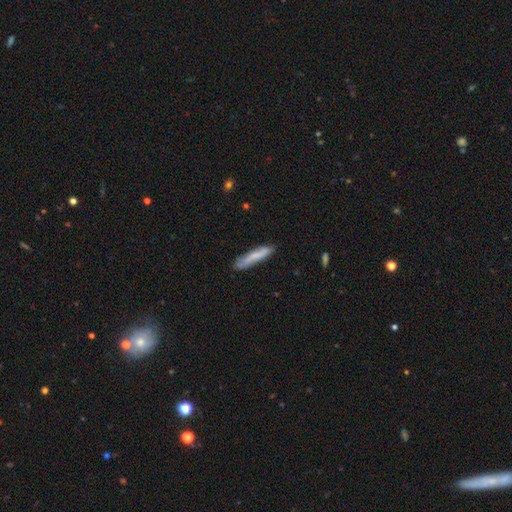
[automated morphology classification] smooth-or-featured: smooth: 72% | featured or disk: 22% | star or artifact: 6%
  how-rounded: cigar-shaped: 88% | in between: 11% | round: 1%
  merging: none: 77% | minor disturbance: 17% | major disturbance: 3% | merger: 2%